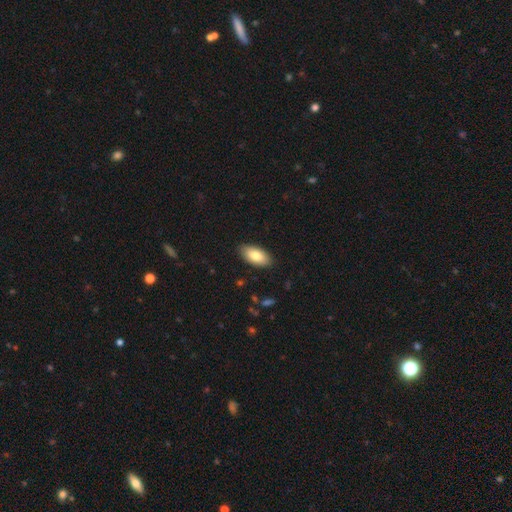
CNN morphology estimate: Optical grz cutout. It shows a smooth galaxy with no disk features (81%) that is in between round and cigar-shaped (92%). Merging: none (88%).